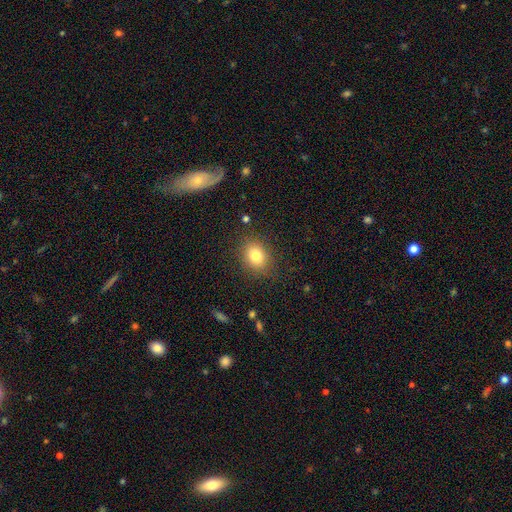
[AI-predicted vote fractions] Smooth or featured: smooth — 81% (star or artifact — 11%)
How rounded: in between — 50% (round — 49%)
Merging: none — 85% (minor disturbance — 10%)